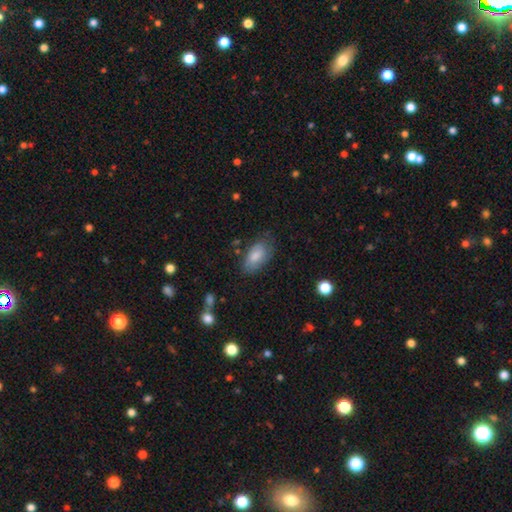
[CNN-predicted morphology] Smooth or featured?
  - smooth: 76% *
  - featured or disk: 17%
  - star or artifact: 6%
How rounded?
  - in between: 93% *
  - round: 4%
  - cigar-shaped: 3%
Merging?
  - none: 66% *
  - minor disturbance: 25%
  - major disturbance: 7%
  - merger: 2%